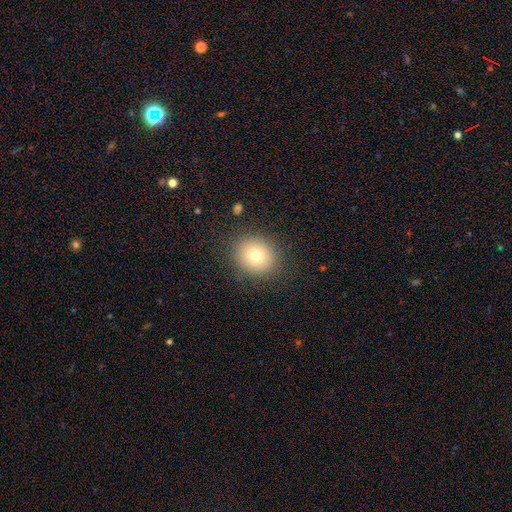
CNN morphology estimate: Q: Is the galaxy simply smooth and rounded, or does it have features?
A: smooth — 77%.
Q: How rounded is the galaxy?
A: round — 76%.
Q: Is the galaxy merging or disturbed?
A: none — 87%.